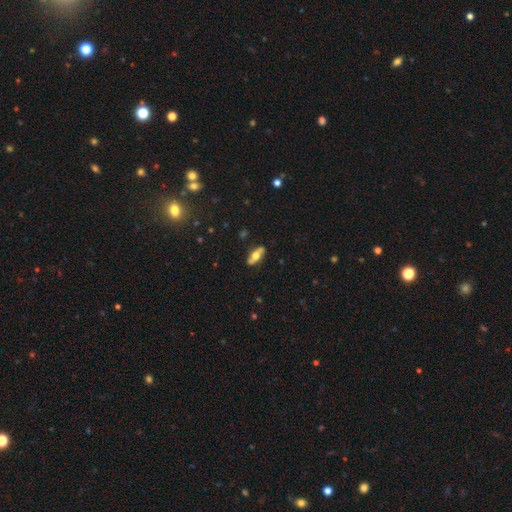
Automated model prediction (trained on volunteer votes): Smooth or featured? featured or disk (47%)
Merging? none (83%)